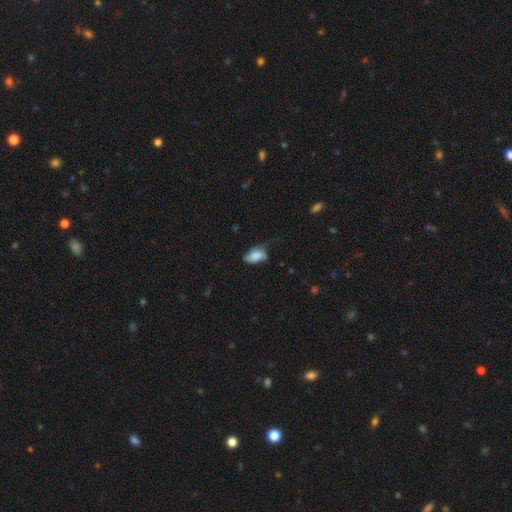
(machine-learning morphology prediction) A smooth galaxy with no disk features (70%) that is in between round and cigar-shaped (90%).

Vote fractions:
- Smooth or featured? smooth: 70% / featured or disk: 22% / star or artifact: 8%
- How rounded? in between: 90% / round: 6% / cigar-shaped: 4%
- Merging? none: 41% / minor disturbance: 38% / major disturbance: 19% / merger: 3%